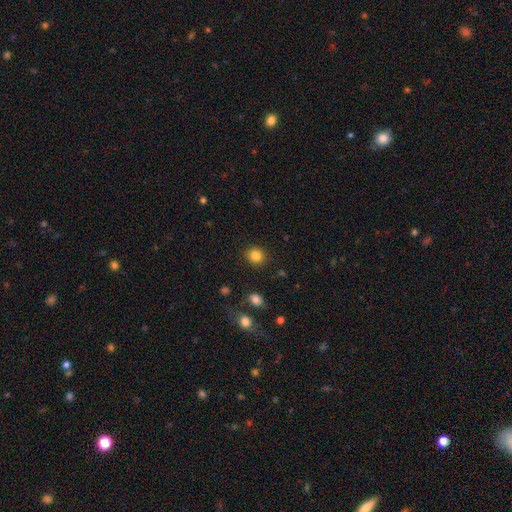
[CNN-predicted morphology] Overall: smooth (85%). How rounded: round (86%). Merging: none (89%).